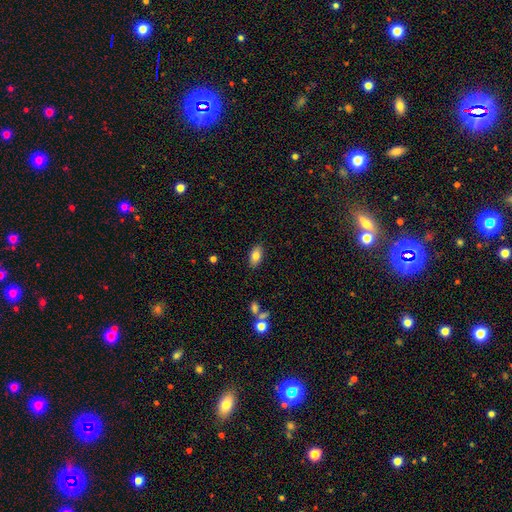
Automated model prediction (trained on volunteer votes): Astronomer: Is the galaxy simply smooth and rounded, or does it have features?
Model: smooth — 80%.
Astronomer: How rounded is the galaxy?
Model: in between — 90%.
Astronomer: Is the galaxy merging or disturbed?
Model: none — 86%.